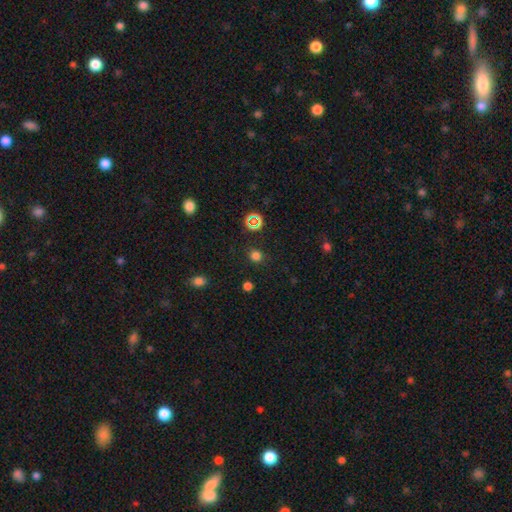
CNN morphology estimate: A smooth galaxy with no disk features (73%) that is round (86%).

Vote fractions:
- Smooth or featured? smooth: 73% / star or artifact: 23% / featured or disk: 4%
- How rounded? round: 86% / in between: 13% / cigar-shaped: 1%
- Merging? none: 87% / minor disturbance: 8% / major disturbance: 3% / merger: 2%